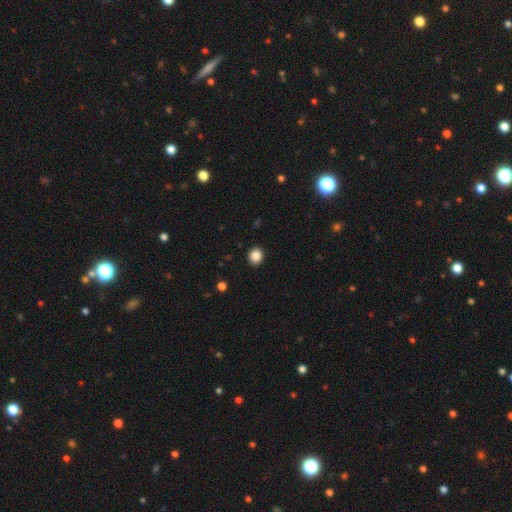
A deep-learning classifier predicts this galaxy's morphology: Overall: smooth (87%). How rounded: round (71%). Merging: none (92%).